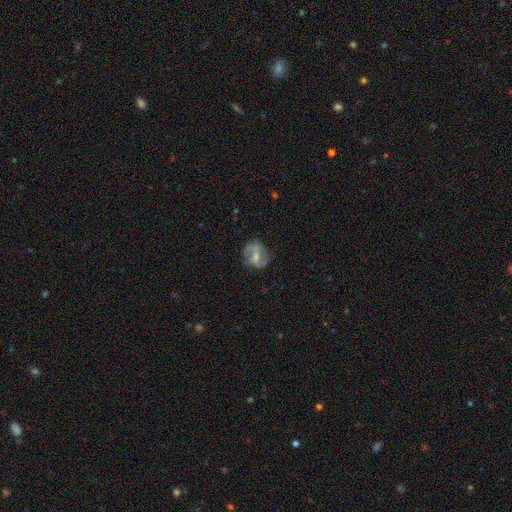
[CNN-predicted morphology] This appears to be a featured or disk galaxy (63%) with a weak bar (46%), spiral arms (77%) and a moderate central bulge (44%). Merging: none (67%).